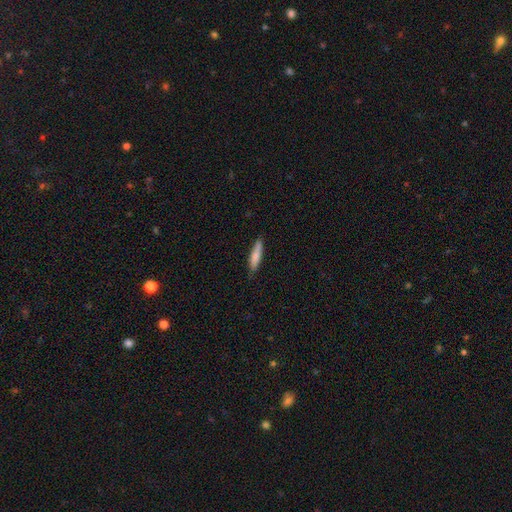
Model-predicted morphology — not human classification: This is likely a smooth galaxy (74%). How rounded: likely cigar-shaped (80%). Merging: clearly none (84%).